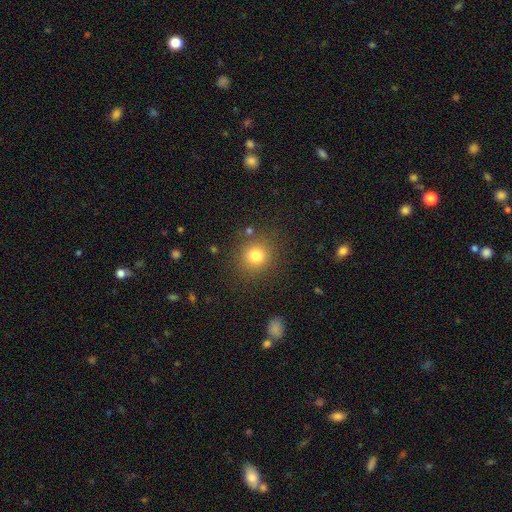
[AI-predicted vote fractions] The model was most divided on "smooth or featured": smooth: 80%, star or artifact: 13%, featured or disk: 7%. More confident: how rounded — round (87%); merging — none (84%).